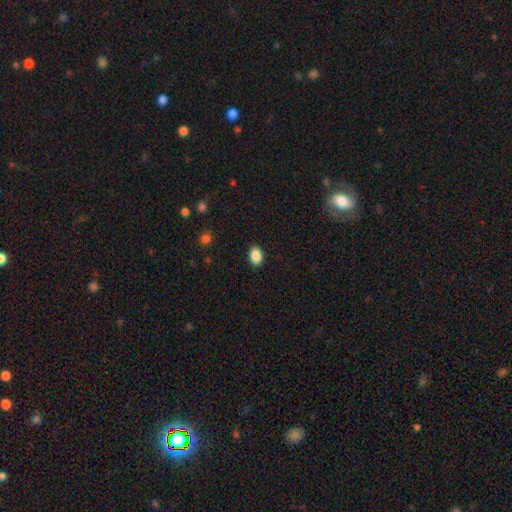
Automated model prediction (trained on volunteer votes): Smooth or featured? Predicted: smooth (p=0.88). How rounded? Predicted: in between (p=0.77). Merging? Predicted: none (p=0.88).